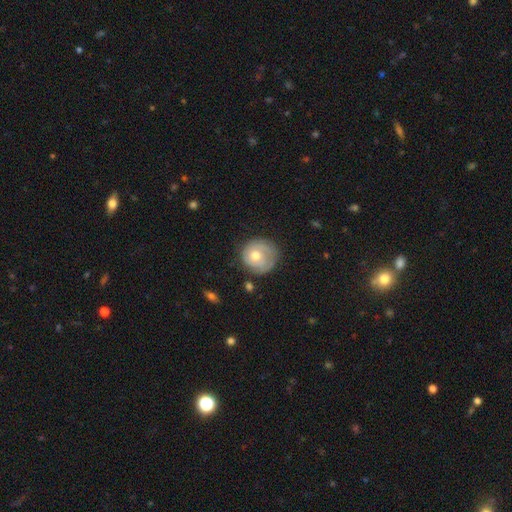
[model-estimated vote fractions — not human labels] Smooth or featured? smooth (50%)
Merging? none (65%)